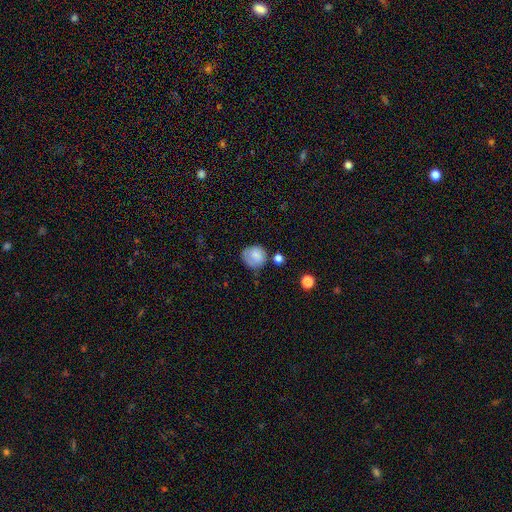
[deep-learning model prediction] Smooth or featured? smooth (77%)
How rounded? round (77%)
Merging? none (59%)